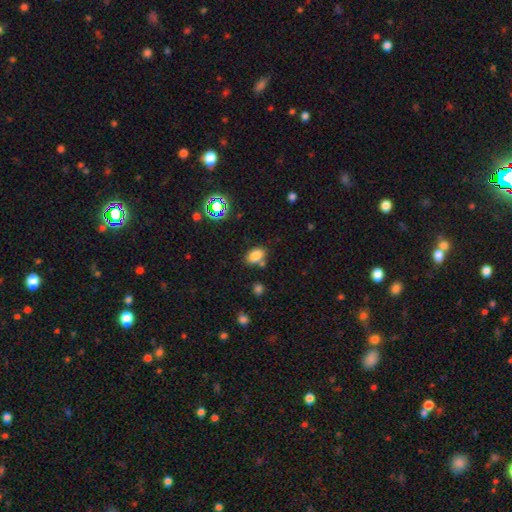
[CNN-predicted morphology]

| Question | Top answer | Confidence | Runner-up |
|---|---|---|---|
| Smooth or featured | smooth | 80% | star or artifact (14%) |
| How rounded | in between | 86% | round (13%) |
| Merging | none | 73% | minor disturbance (13%) |